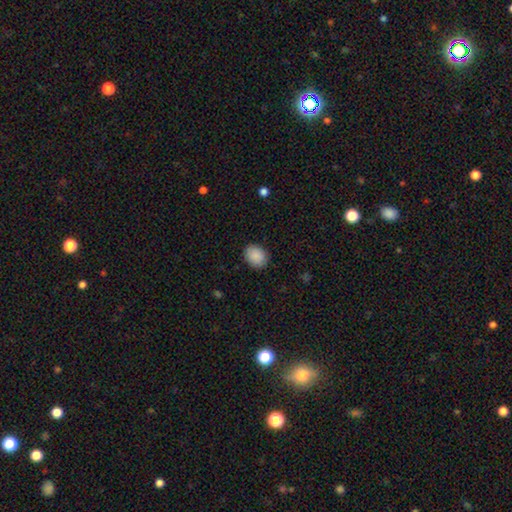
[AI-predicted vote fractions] Morphology: type=smooth (89%); roundness=in between (54%); merging=none (88%).